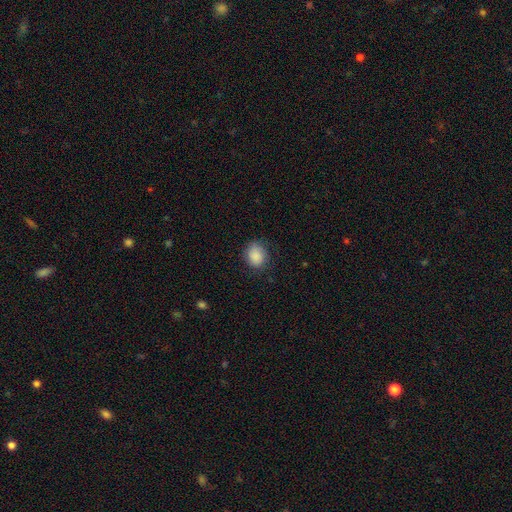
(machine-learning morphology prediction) smooth 88%, star or artifact 7%, featured or disk 5%. Down the decision tree: how rounded — round (60%); merging — none (78%).